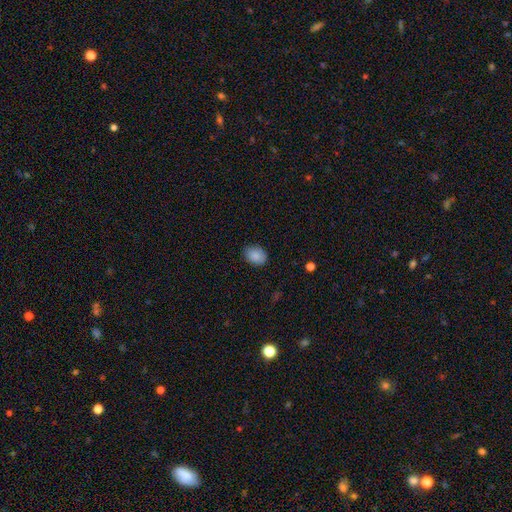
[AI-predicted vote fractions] smooth_or_featured: smooth (p=0.88) [alt: star or artifact p=0.08]
how_rounded: in between (p=0.63) [alt: round p=0.36]
merging: none (p=0.84) [alt: minor disturbance p=0.12]